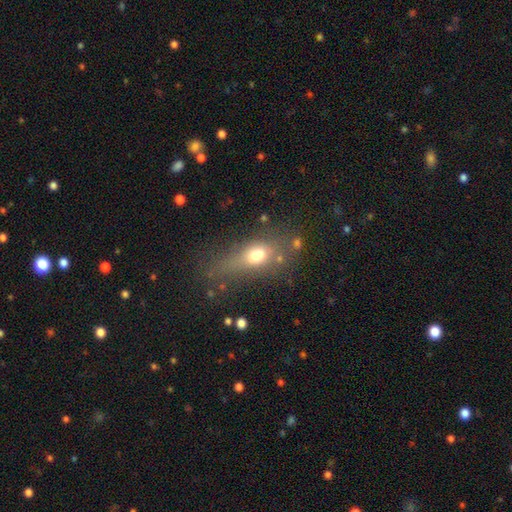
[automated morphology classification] Q: Smooth or featured?
A: smooth (62%); runner-up: featured or disk (24%)
Q: How rounded?
A: in between (65%); runner-up: cigar-shaped (18%)
Q: Merging?
A: none (43%); runner-up: major disturbance (24%)